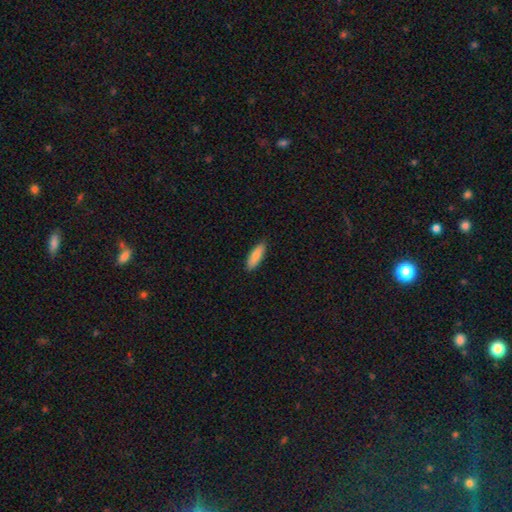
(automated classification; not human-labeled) smooth_or_featured: smooth (p=0.83) [alt: featured or disk p=0.11]
how_rounded: in between (p=0.56) [alt: cigar-shaped p=0.42]
merging: none (p=0.89) [alt: minor disturbance p=0.09]